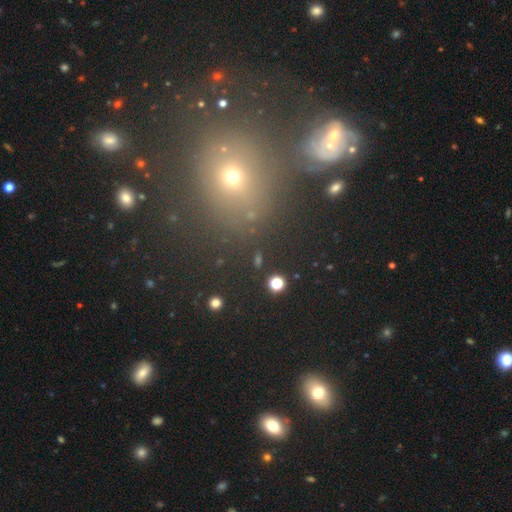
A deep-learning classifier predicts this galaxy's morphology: smooth-or-featured: smooth: 43% | star or artifact: 41% | featured or disk: 16%
  merging: none: 72% | merger: 11% | minor disturbance: 11% | major disturbance: 6%